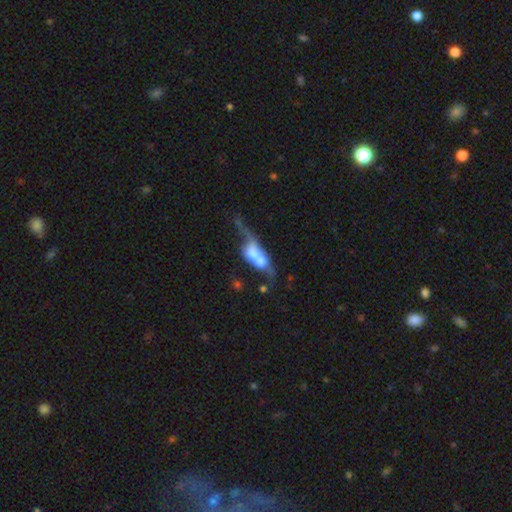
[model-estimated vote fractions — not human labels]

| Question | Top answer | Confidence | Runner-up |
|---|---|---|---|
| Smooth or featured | featured or disk | 46% | smooth (45%) |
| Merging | merger | 56% | major disturbance (23%) |